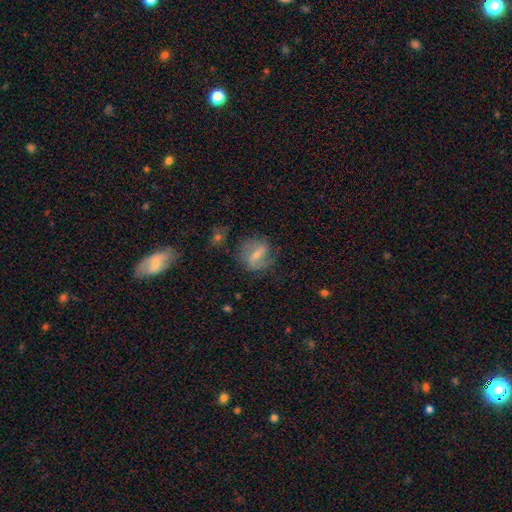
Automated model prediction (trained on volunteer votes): Smooth or featured: featured or disk — 64% (smooth — 25%)
Edge-on disk: no — 93% (yes — 7%)
Bar: strong — 49% (weak — 38%)
Spiral arms: yes — 79% (no — 21%)
Bulge size: small — 55% (moderate — 31%)
Merging: none — 70% (minor disturbance — 18%)